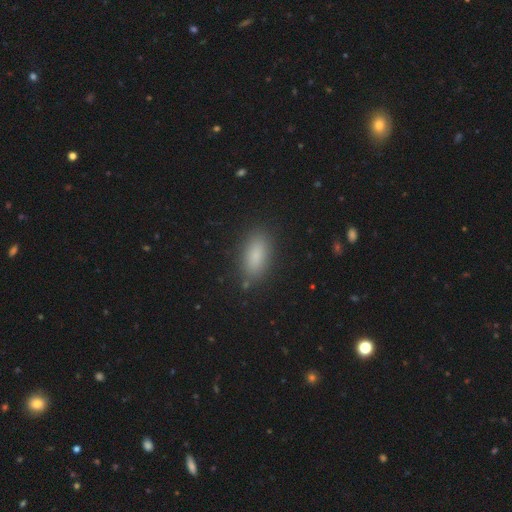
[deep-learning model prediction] smooth_or_featured: smooth (p=0.84) [alt: star or artifact p=0.09]
how_rounded: in between (p=0.86) [alt: cigar-shaped p=0.11]
merging: none (p=0.87) [alt: minor disturbance p=0.09]